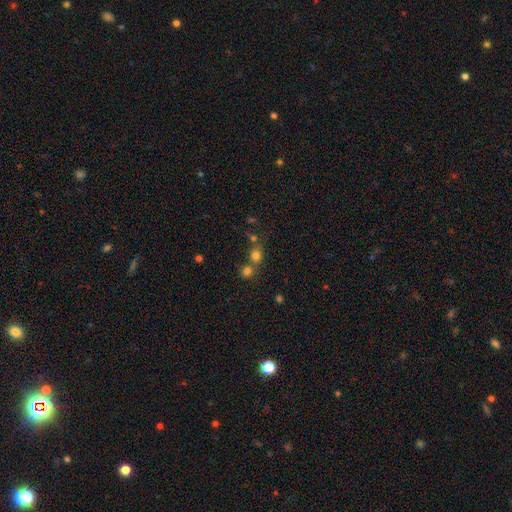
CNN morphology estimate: smooth_or_featured: smooth (p=0.73) [alt: star or artifact p=0.18]
how_rounded: round (p=0.78) [alt: in between p=0.21]
merging: none (p=0.51) [alt: merger p=0.38]